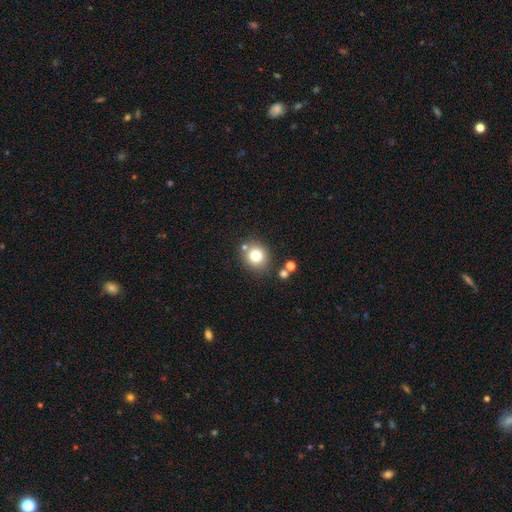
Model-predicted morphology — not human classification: smooth 77%, star or artifact 13%, featured or disk 10%. Down the decision tree: how rounded — round (83%); merging — none (77%).